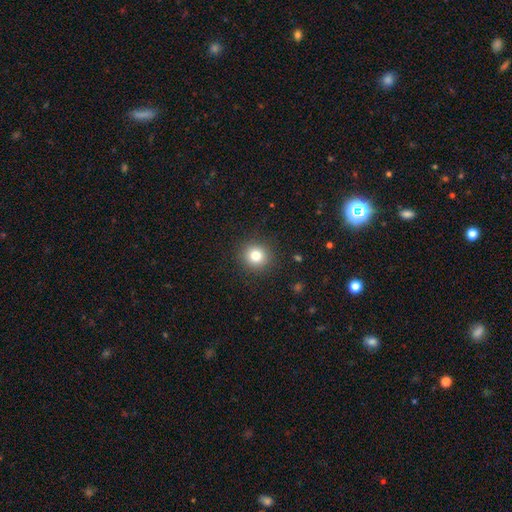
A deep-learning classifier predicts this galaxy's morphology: The model was most divided on "smooth or featured": smooth: 80%, star or artifact: 12%, featured or disk: 7%. More confident: how rounded — round (92%); merging — none (91%).